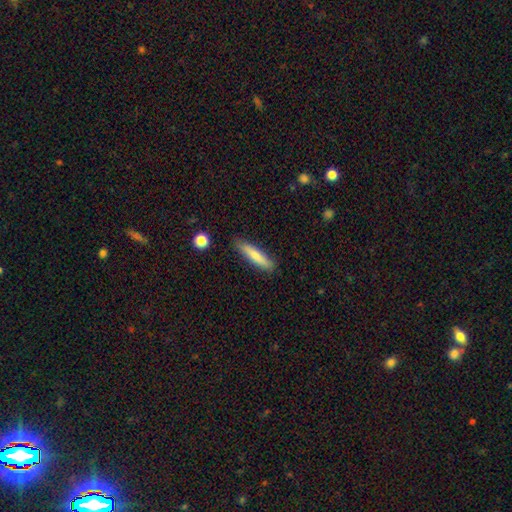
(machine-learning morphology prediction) This is likely a smooth galaxy (75%). How rounded: clearly cigar-shaped (85%). Merging: clearly none (85%).